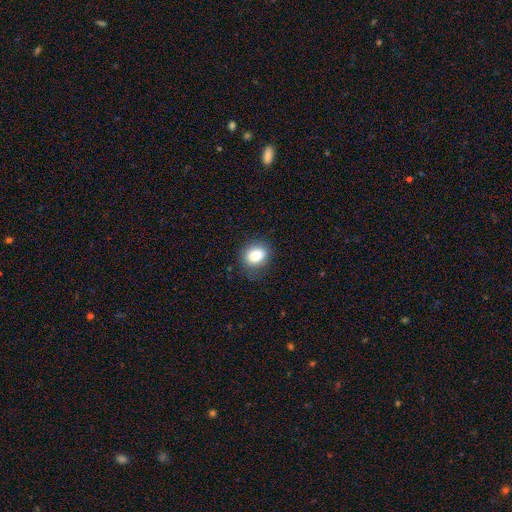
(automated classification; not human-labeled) A smooth galaxy with no disk features (85%) that is round (57%). Merging: none (77%).